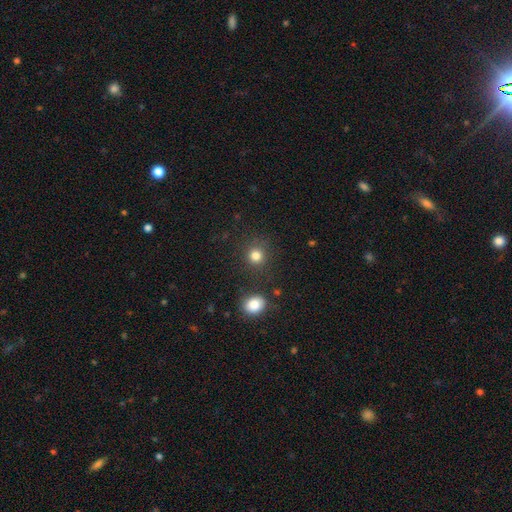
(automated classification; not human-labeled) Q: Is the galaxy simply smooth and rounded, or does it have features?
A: smooth — 81%.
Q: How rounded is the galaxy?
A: round — 89%.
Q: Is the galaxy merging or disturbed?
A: none — 83%.